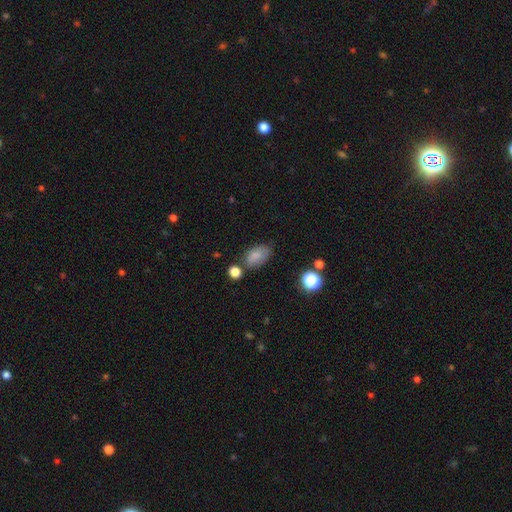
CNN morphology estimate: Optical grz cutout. It shows a smooth galaxy with no disk features (81%) that is in between round and cigar-shaped (91%). Merging: none (65%).